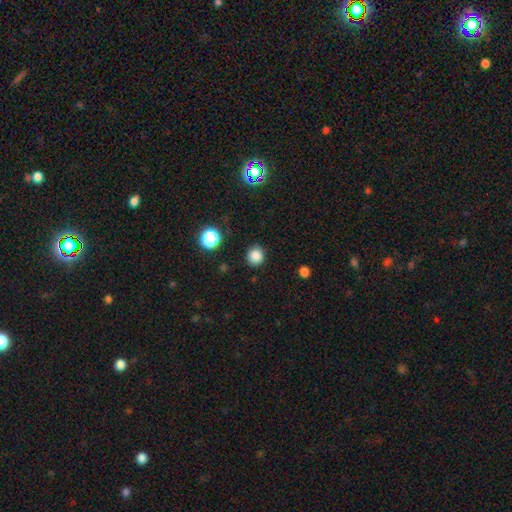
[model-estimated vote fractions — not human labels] smooth-or-featured: smooth: 83% | star or artifact: 13% | featured or disk: 4%
  how-rounded: round: 89% | in between: 10% | cigar-shaped: 1%
  merging: none: 87% | minor disturbance: 9% | major disturbance: 3% | merger: 2%